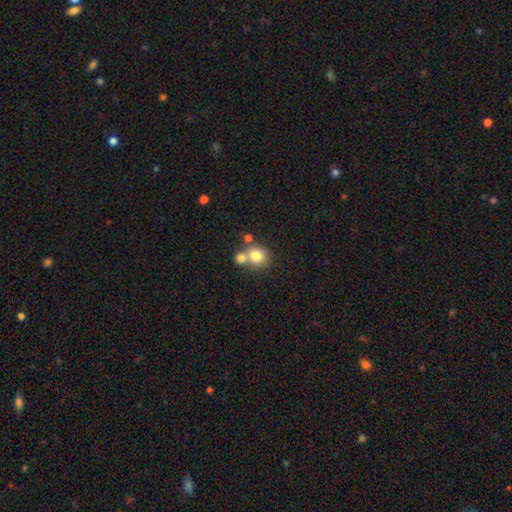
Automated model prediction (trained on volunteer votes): smooth 78%, featured or disk 11%, star or artifact 10%. Down the decision tree: how rounded — round (76%); merging — merger (48%).